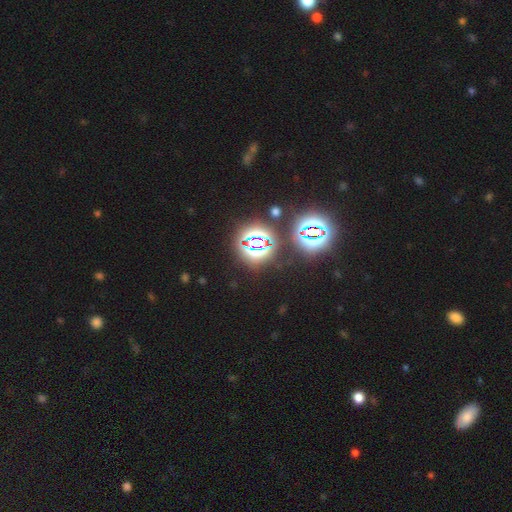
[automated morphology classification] Smooth or featured: star or artifact — 78% (smooth — 16%)